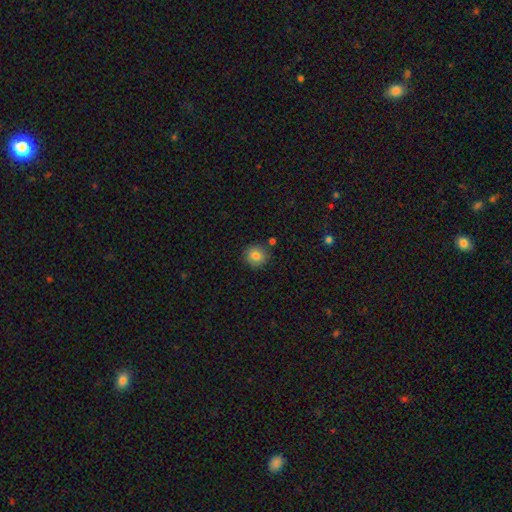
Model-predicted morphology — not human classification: Q: Smooth or featured?
A: smooth (83%); runner-up: star or artifact (10%)
Q: How rounded?
A: round (89%); runner-up: in between (10%)
Q: Merging?
A: none (85%); runner-up: minor disturbance (9%)